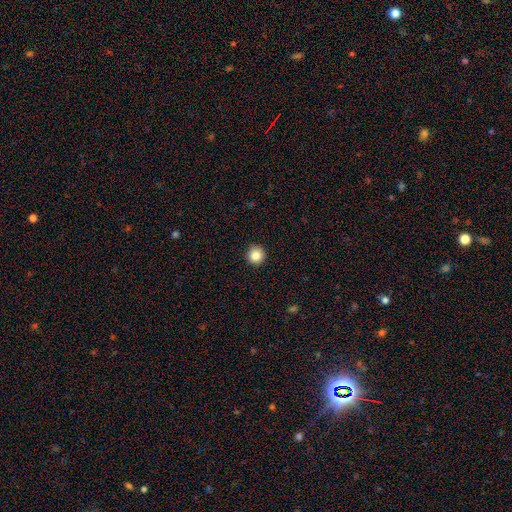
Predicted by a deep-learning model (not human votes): Smooth or featured? smooth (85%)
How rounded? round (95%)
Merging? none (93%)